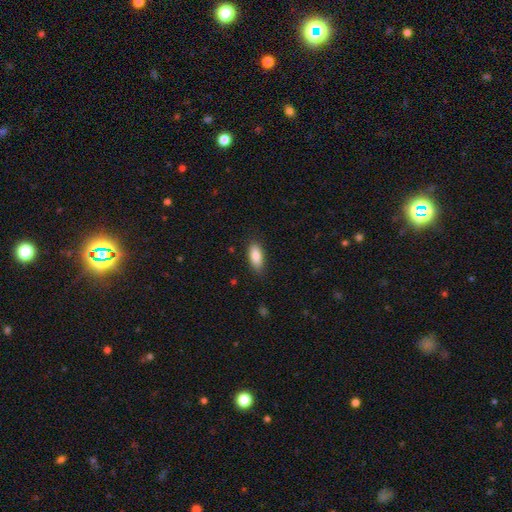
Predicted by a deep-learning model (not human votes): Smooth or featured? Predicted: smooth (p=0.86). How rounded? Predicted: in between (p=0.85). Merging? Predicted: none (p=0.82).